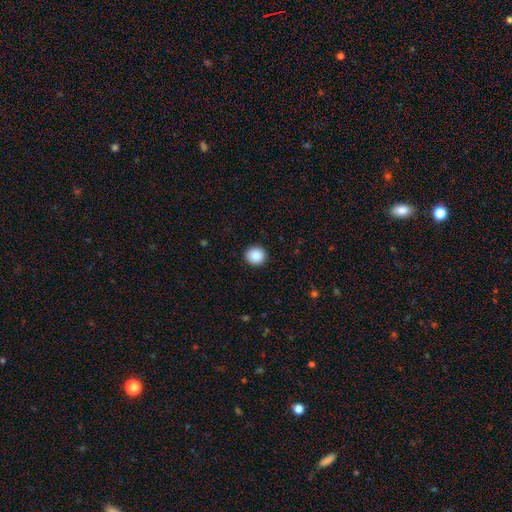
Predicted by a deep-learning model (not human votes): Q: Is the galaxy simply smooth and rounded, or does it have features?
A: smooth — 87%.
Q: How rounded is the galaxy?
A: round — 91%.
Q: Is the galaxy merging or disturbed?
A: none — 92%.